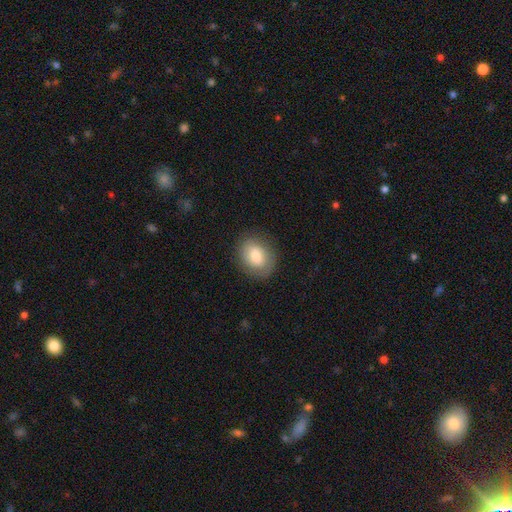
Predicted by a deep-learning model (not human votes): Morphology: type=smooth (74%); roundness=in between (53%); merging=none (83%).